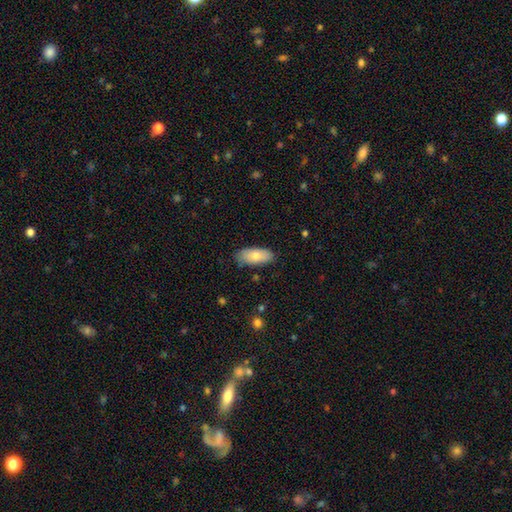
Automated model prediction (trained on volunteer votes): Morphology: type=smooth (78%); roundness=in between (86%); merging=none (83%).